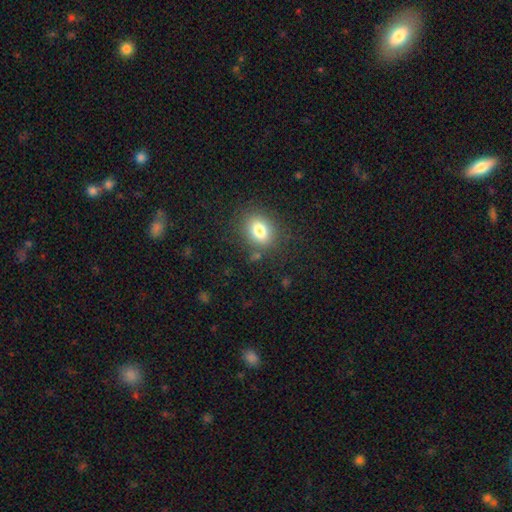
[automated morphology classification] The model was most divided on "how rounded": in between: 58%, round: 40%, cigar-shaped: 1%. More confident: merging — none (83%); smooth or featured — smooth (80%).